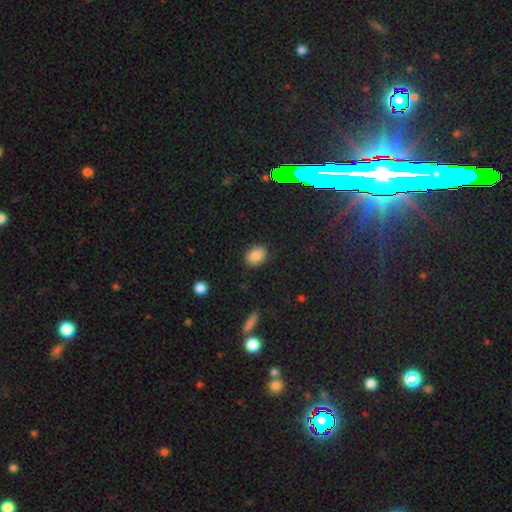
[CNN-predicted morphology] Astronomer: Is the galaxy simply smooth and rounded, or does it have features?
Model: smooth — 87%.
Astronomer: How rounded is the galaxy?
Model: in between — 57% (runner-up: round, 42%).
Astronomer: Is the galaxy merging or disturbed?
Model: none — 87%.